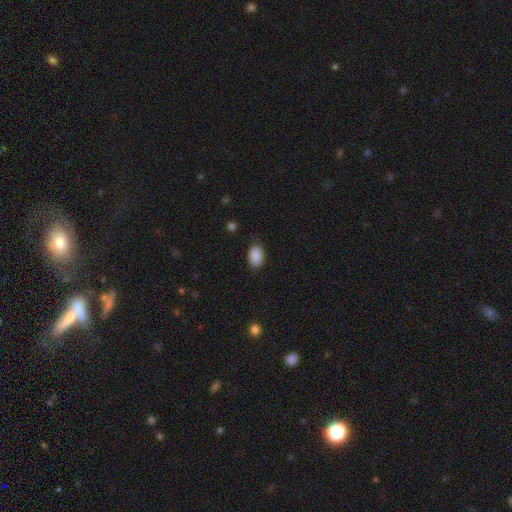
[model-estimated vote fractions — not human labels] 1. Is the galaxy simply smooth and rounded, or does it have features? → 88% smooth, 7% star or artifact, 4% featured or disk.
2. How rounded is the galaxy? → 88% in between, 11% round, 1% cigar-shaped.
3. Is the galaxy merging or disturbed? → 78% none, 18% minor disturbance, 3% major disturbance, 1% merger.